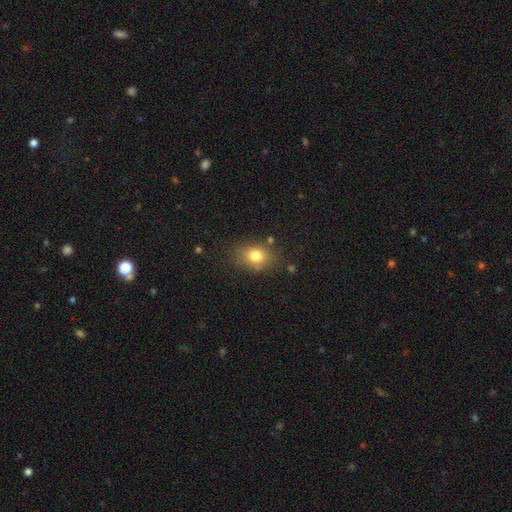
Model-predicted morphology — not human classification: The model was most divided on "how rounded": in between: 62%, round: 37%, cigar-shaped: 1%. More confident: smooth or featured — smooth (78%); merging — none (77%).